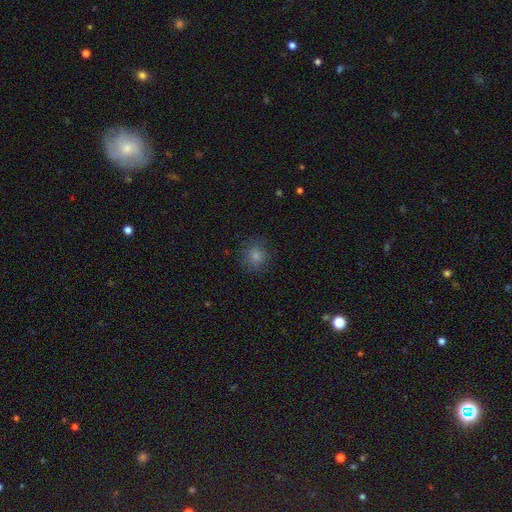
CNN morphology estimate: smooth-or-featured: smooth: 71% | star or artifact: 21% | featured or disk: 9%
  how-rounded: round: 92% | in between: 7% | cigar-shaped: 1%
  merging: none: 87% | minor disturbance: 9% | major disturbance: 3% | merger: 1%